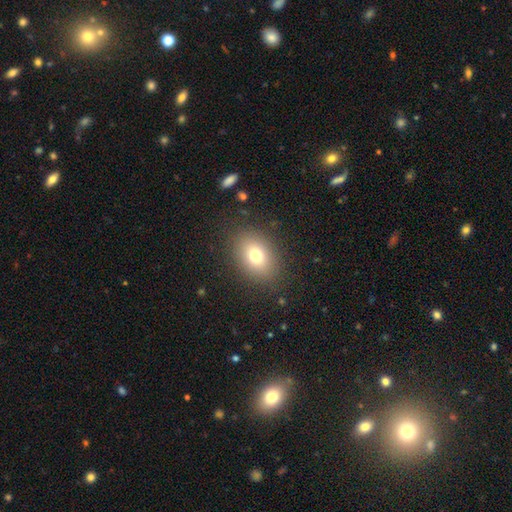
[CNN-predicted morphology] Overall: smooth (75%). How rounded: in between (65%; round 34%). Merging: none (85%).